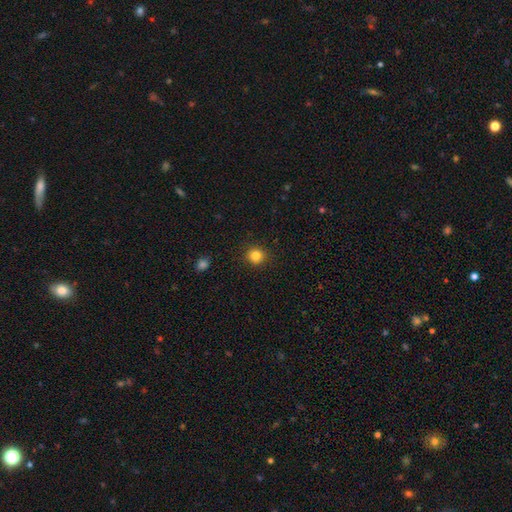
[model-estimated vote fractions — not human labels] Smooth or featured: smooth — 83% (star or artifact — 13%)
How rounded: round — 92% (in between — 7%)
Merging: none — 91% (minor disturbance — 6%)